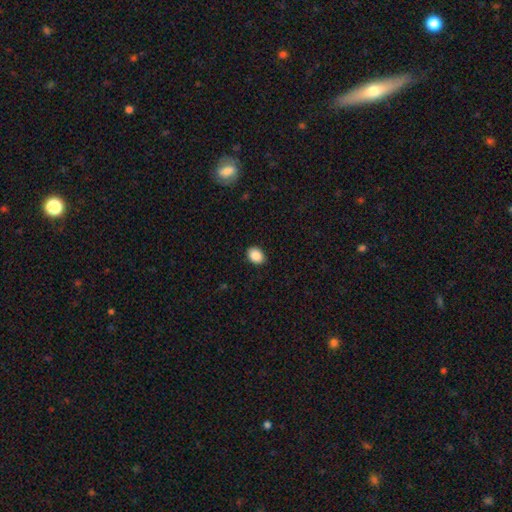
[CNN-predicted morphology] Q: Smooth or featured?
A: smooth (89%); runner-up: star or artifact (8%)
Q: How rounded?
A: in between (67%); runner-up: round (32%)
Q: Merging?
A: none (89%); runner-up: minor disturbance (8%)